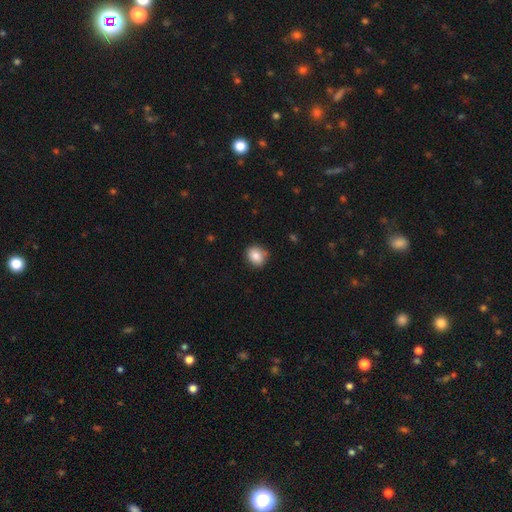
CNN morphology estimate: The model was most divided on "how rounded": round: 66%, in between: 33%, cigar-shaped: 1%. More confident: smooth or featured — smooth (84%); merging — none (79%).